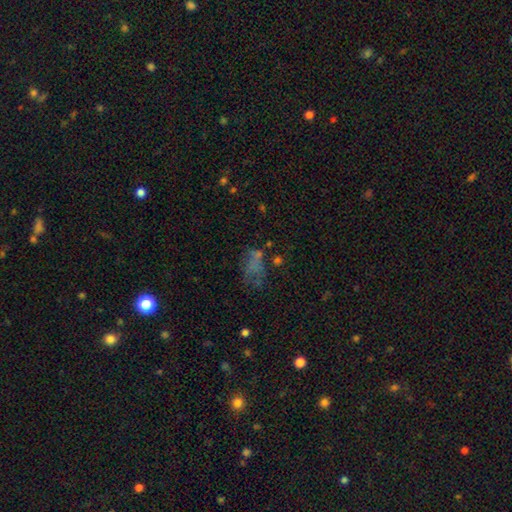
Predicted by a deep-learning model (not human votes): smooth-or-featured: smooth: 45% | featured or disk: 31% | star or artifact: 25%
  merging: none: 39% | major disturbance: 30% | minor disturbance: 19% | merger: 12%